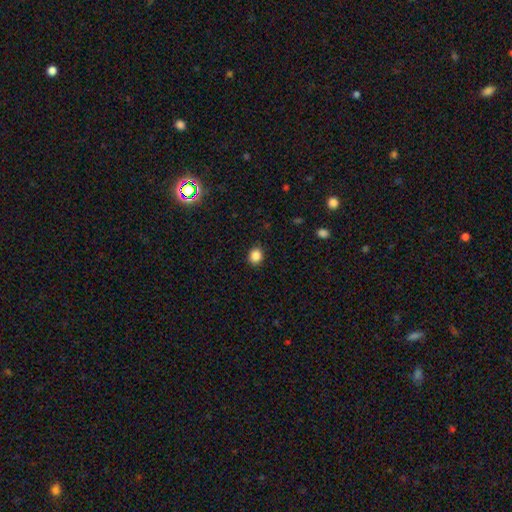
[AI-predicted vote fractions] smooth 86%, star or artifact 11%, featured or disk 3%. Down the decision tree: how rounded — round (74%); merging — none (91%).